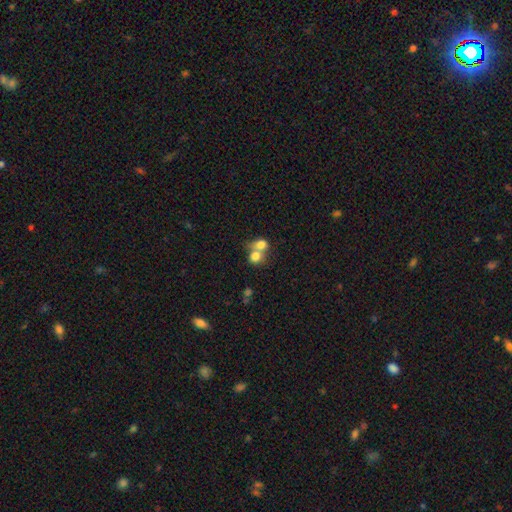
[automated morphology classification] Overall: smooth (76%). How rounded: round (70%). Merging: merger (67%).